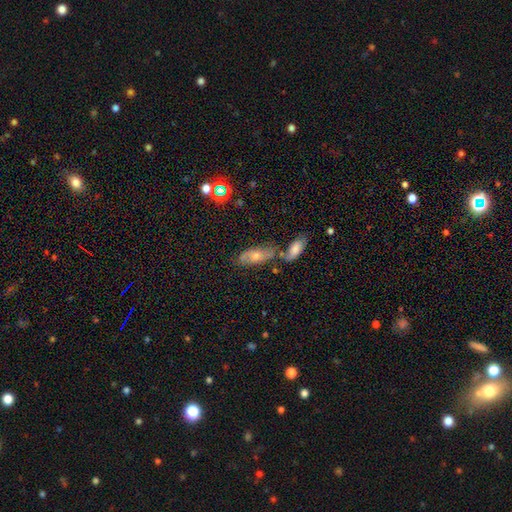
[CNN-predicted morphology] A smooth galaxy with no disk features (44%). Merging: none (55%).